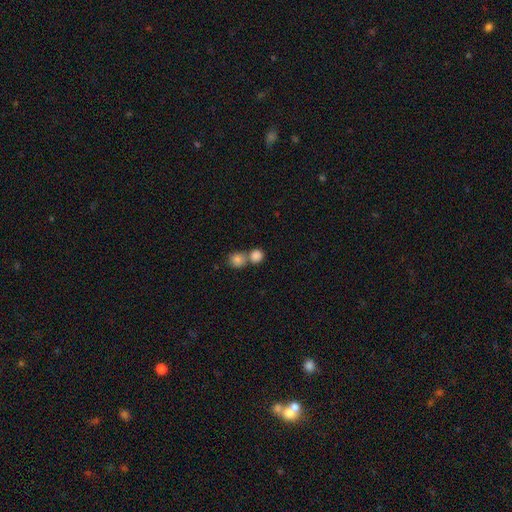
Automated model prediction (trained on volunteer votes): Smooth or featured: smooth — 84% (star or artifact — 9%)
How rounded: round — 84% (in between — 15%)
Merging: merger — 50% (none — 42%)